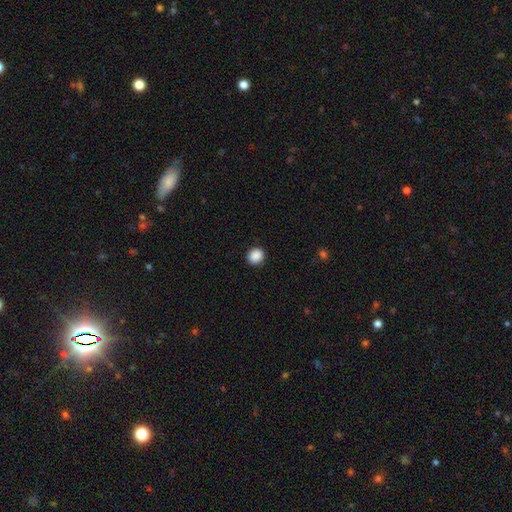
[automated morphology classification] smooth 89%, star or artifact 9%, featured or disk 2%. Down the decision tree: how rounded — round (80%); merging — none (91%).